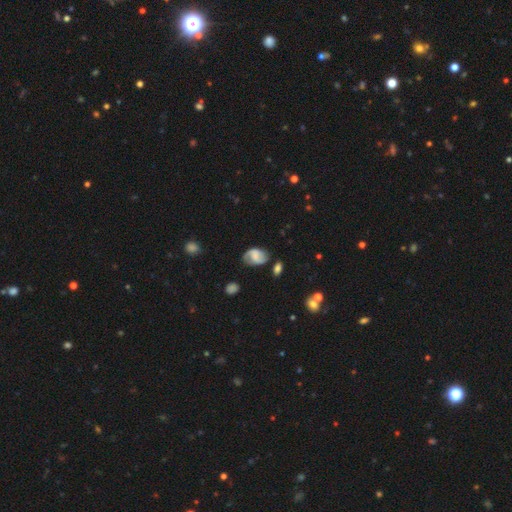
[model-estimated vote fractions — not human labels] Q: Smooth or featured?
A: featured or disk (59%); runner-up: smooth (32%)
Q: Edge-on disk?
A: no (97%); runner-up: yes (3%)
Q: Bar?
A: weak (44%); runner-up: no (38%)
Q: Spiral arms?
A: yes (87%); runner-up: no (13%)
Q: Bulge size?
A: none (47%); runner-up: small (23%)
Q: Merging?
A: none (63%); runner-up: minor disturbance (23%)